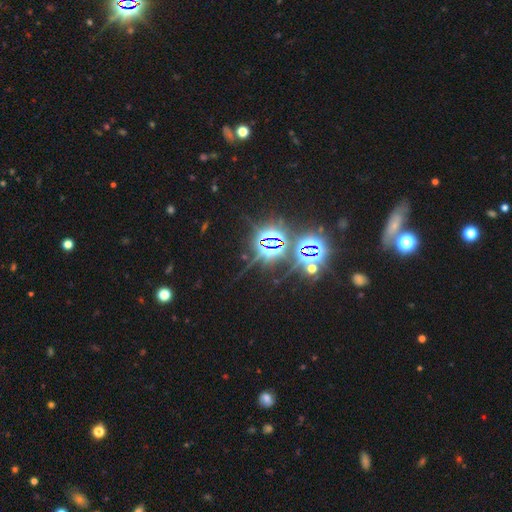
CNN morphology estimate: Smooth or featured: star or artifact — 80% (smooth — 13%)